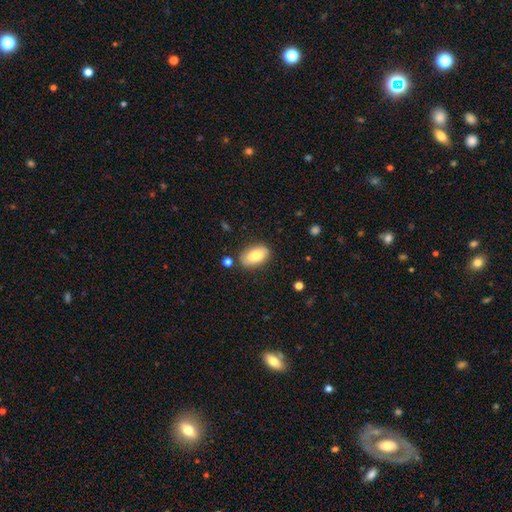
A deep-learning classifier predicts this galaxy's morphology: smooth_or_featured: smooth (p=0.79) [alt: featured or disk p=0.14]
how_rounded: in between (p=0.92) [alt: round p=0.06]
merging: none (p=0.79) [alt: minor disturbance p=0.15]